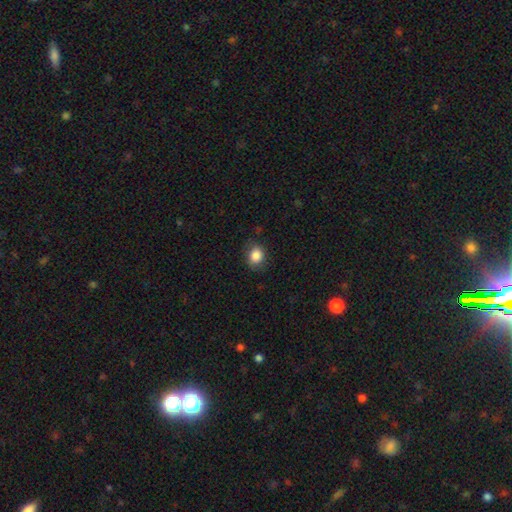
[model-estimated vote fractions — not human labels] Overall: smooth (86%). How rounded: round (57%; in between 42%). Merging: none (80%).